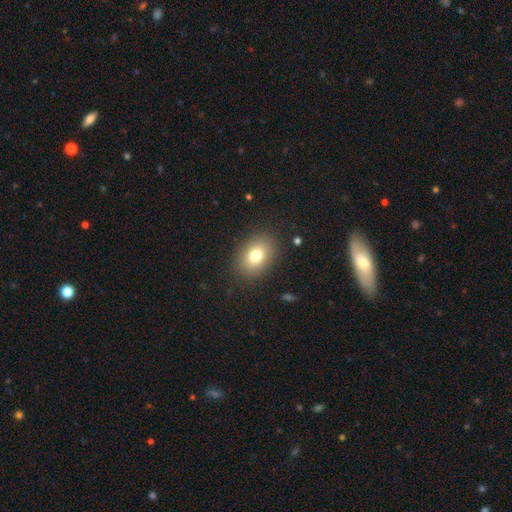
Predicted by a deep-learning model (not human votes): smooth 77%, featured or disk 12%, star or artifact 11%. Down the decision tree: how rounded — in between (71%); merging — none (87%).